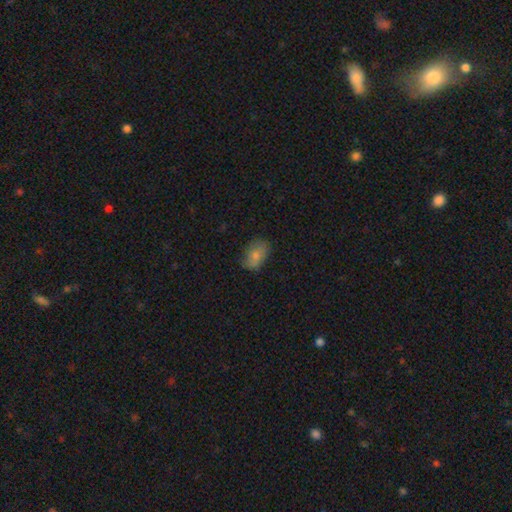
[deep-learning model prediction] Morphology: type=smooth (78%); roundness=in between (88%); merging=none (66%).